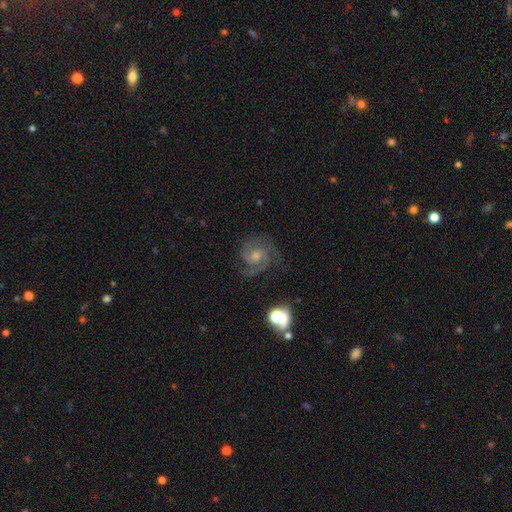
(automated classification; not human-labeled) A featured or disk galaxy (84%) with no bar (65%), 3 (42%) tight (51%) spiral arms (98%) and a moderate central bulge (53%).

Vote fractions:
- Smooth or featured? featured or disk: 84% / star or artifact: 9% / smooth: 7%
- Edge-on disk? no: 98% / yes: 2%
- Bar? no: 65% / weak: 30% / strong: 5%
- Spiral arms? yes: 98% / no: 2%
- Spiral winding? tight: 51% / medium: 42% / loose: 8%
- Spiral arm count? 3: 42% / 2: 30% / can't tell: 12% / 4: 6% / 1: 5% / more than 4: 4%
- Bulge size? moderate: 53% / small: 39% / none: 4% / large: 4% / dominant: 1%
- Merging? none: 74% / minor disturbance: 16% / major disturbance: 9% / merger: 2%